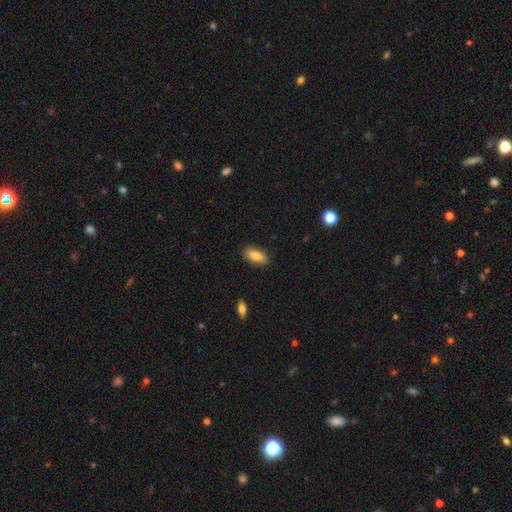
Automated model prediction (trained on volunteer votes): smooth_or_featured: smooth (p=0.83) [alt: featured or disk p=0.11]
how_rounded: in between (p=0.88) [alt: cigar-shaped p=0.09]
merging: none (p=0.87) [alt: minor disturbance p=0.10]